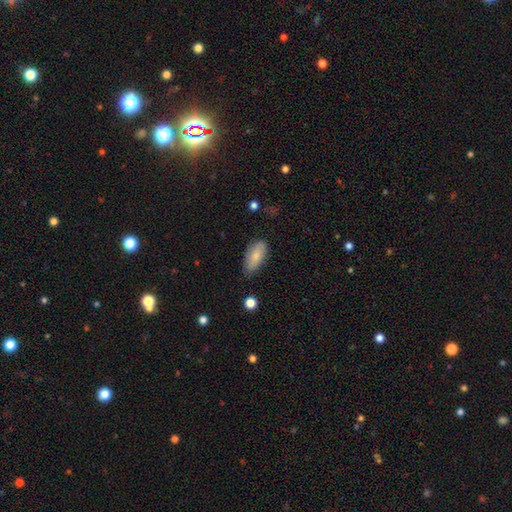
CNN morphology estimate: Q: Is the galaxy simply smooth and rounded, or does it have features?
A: smooth — 82%.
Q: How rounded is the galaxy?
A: in between — 86%.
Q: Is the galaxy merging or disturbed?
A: none — 75%.